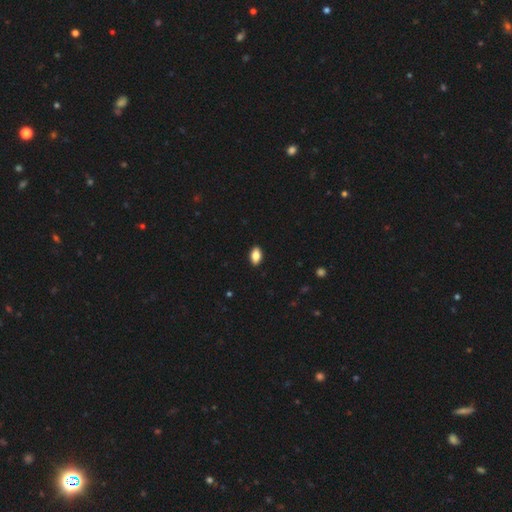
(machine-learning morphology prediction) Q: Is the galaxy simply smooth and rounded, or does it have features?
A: smooth — 84%.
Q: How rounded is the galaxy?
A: in between — 91%.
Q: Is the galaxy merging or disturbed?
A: none — 91%.